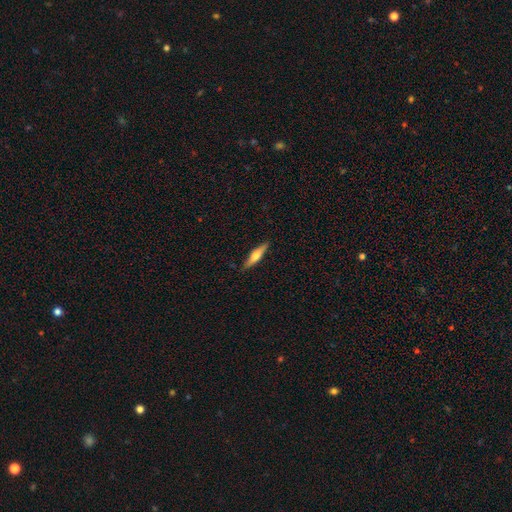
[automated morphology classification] A featured or disk galaxy (49%).

Vote fractions:
- Smooth or featured? featured or disk: 49% / smooth: 45% / star or artifact: 5%
- Merging? none: 88% / minor disturbance: 9% / major disturbance: 2% / merger: 1%